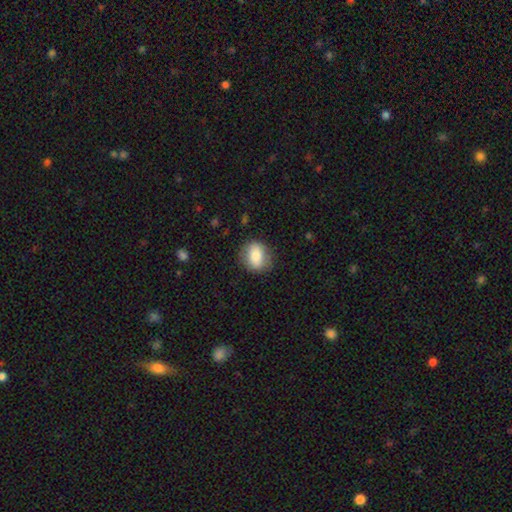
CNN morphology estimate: This is clearly a smooth galaxy (80%). How rounded: possibly in between (54%). Merging: clearly none (81%).